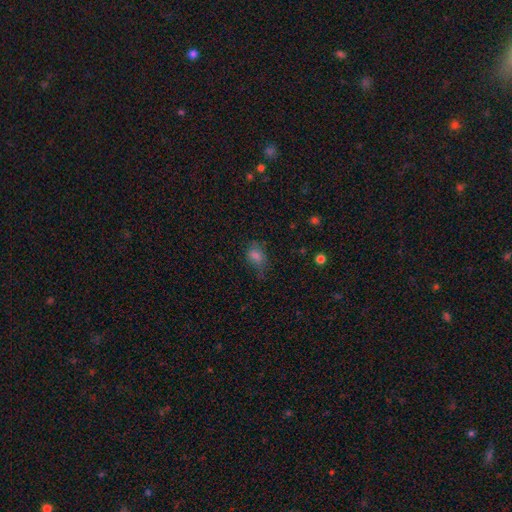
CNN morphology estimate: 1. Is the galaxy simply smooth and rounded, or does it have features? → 69% smooth, 18% star or artifact, 14% featured or disk.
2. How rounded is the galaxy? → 75% in between, 22% round, 3% cigar-shaped.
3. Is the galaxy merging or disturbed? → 51% none, 28% minor disturbance, 18% major disturbance, 3% merger.